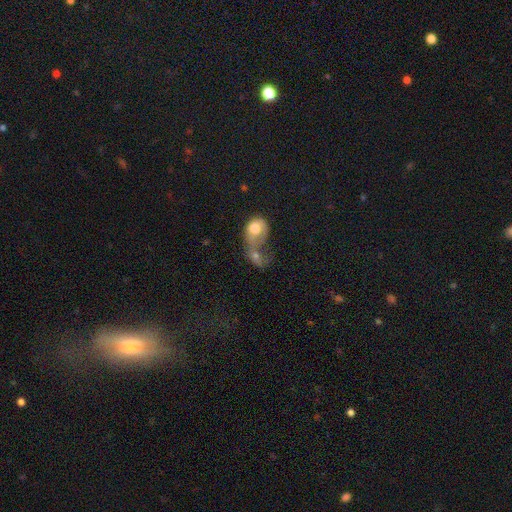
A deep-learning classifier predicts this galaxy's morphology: smooth_or_featured: smooth (p=0.58) [alt: featured or disk p=0.31]
how_rounded: in between (p=0.52) [alt: round p=0.45]
merging: merger (p=0.67) [alt: major disturbance p=0.16]